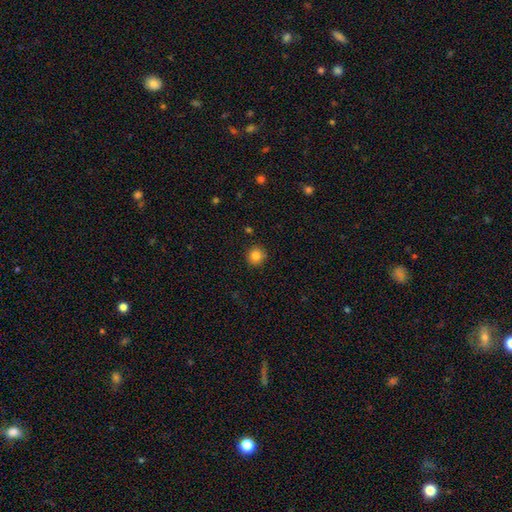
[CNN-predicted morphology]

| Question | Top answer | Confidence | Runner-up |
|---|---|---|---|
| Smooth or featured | smooth | 84% | star or artifact (11%) |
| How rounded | round | 92% | in between (7%) |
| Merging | none | 91% | minor disturbance (6%) |